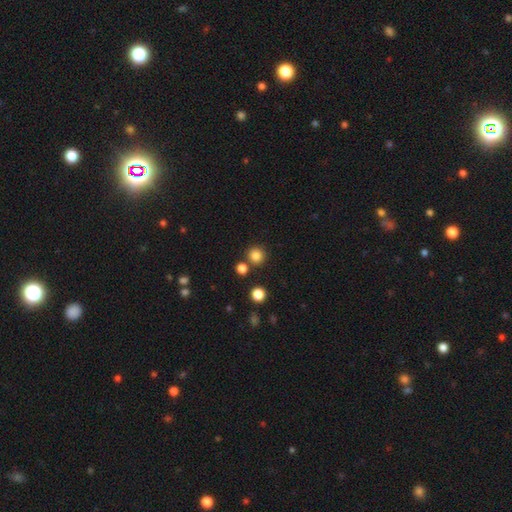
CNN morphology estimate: Smooth or featured?
  - smooth: 83% *
  - star or artifact: 13%
  - featured or disk: 4%
How rounded?
  - round: 93% *
  - in between: 6%
  - cigar-shaped: 1%
Merging?
  - none: 82% *
  - merger: 9%
  - minor disturbance: 7%
  - major disturbance: 2%